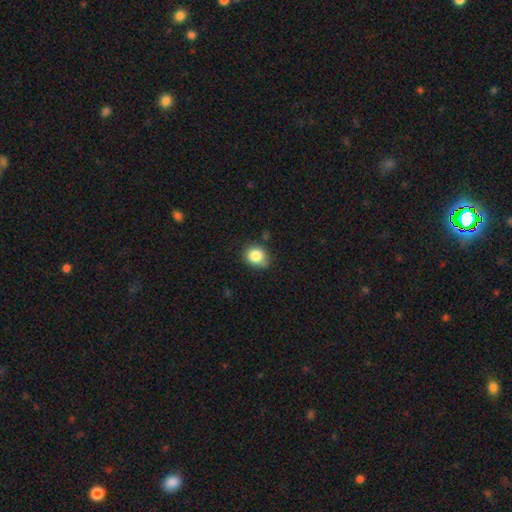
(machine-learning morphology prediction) This is clearly a smooth galaxy (85%). How rounded: likely round (75%). Merging: likely none (72%).